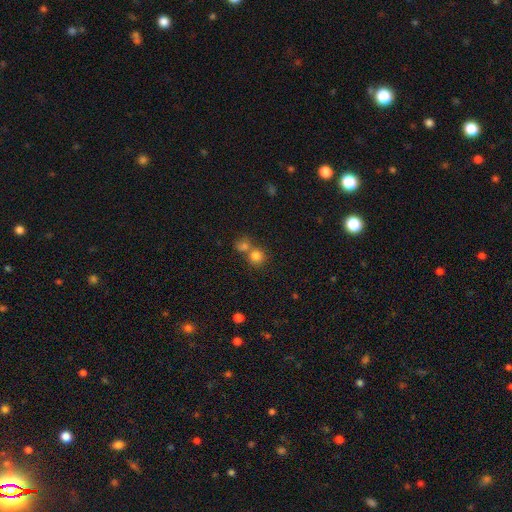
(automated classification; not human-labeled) This appears to be a smooth galaxy with no disk features (80%) that is round (87%). Merging: none (51%).